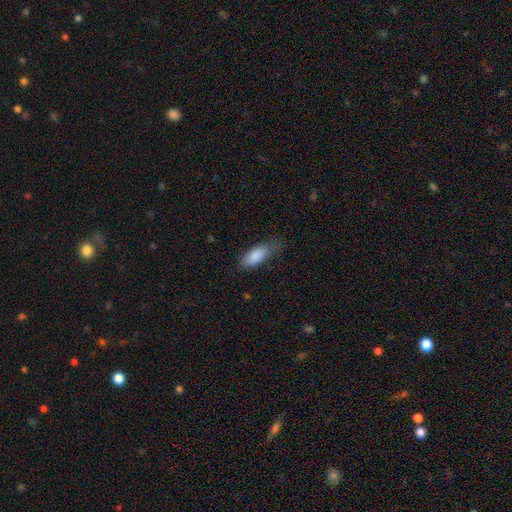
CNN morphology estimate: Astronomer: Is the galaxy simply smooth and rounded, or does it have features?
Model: smooth — 86%.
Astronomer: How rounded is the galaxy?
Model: in between — 75%.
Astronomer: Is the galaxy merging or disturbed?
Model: none — 60%.